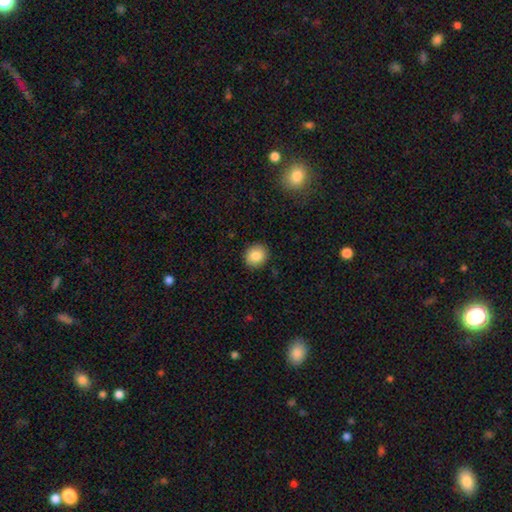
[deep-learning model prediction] Morphology: type=smooth (85%); roundness=round (79%); merging=none (90%).